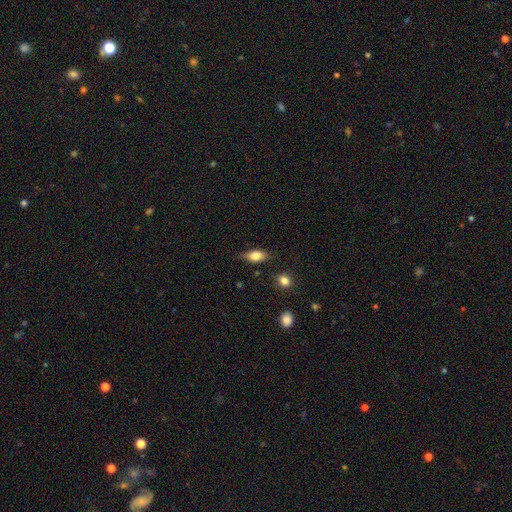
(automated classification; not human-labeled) Morphology: type=smooth (76%); roundness=in between (83%); merging=none (74%).